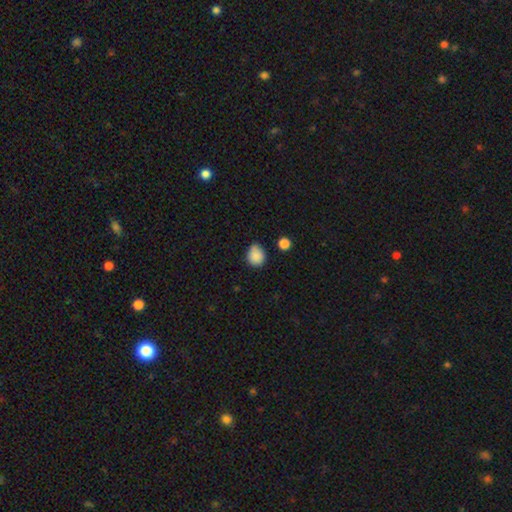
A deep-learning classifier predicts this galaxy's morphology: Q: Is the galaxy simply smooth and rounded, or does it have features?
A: smooth — 86%.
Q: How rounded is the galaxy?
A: round — 73%.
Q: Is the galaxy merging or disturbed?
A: none — 60%.